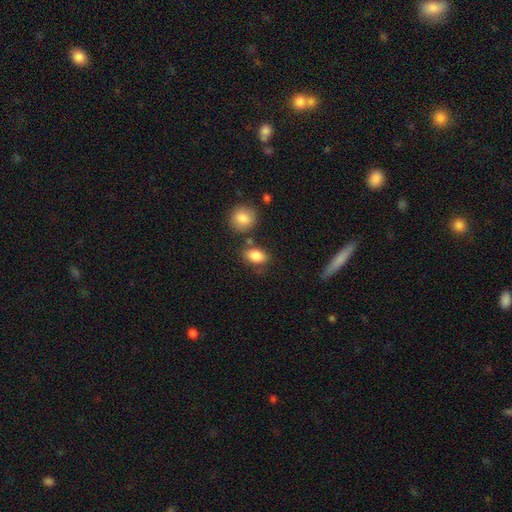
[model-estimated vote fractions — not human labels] Smooth or featured? smooth (85%)
How rounded? in between (83%)
Merging? none (69%)